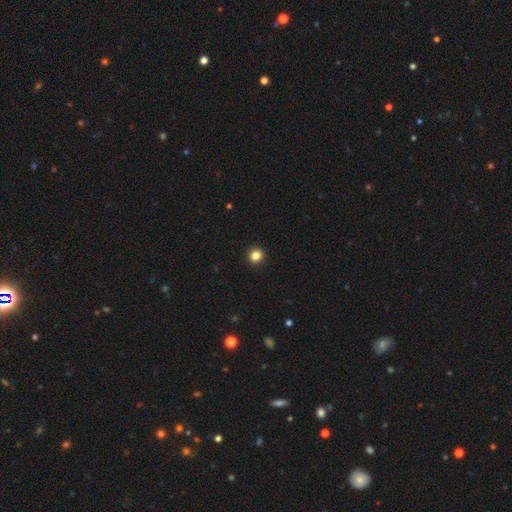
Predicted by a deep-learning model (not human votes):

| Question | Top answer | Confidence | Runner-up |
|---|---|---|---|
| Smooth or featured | smooth | 84% | star or artifact (12%) |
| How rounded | round | 92% | in between (7%) |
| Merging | none | 94% | minor disturbance (4%) |